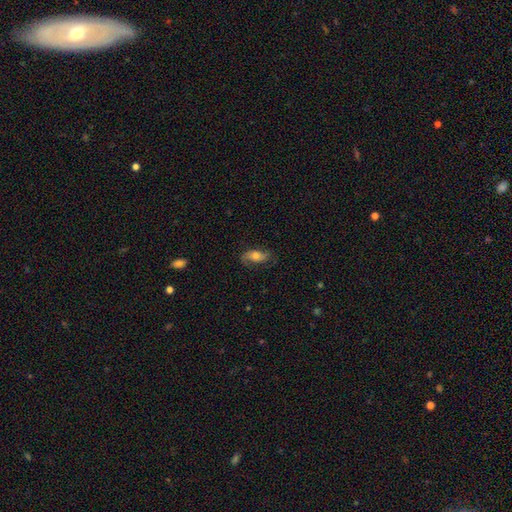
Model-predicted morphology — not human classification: Q: Smooth or featured?
A: featured or disk (48%); runner-up: smooth (44%)
Q: Merging?
A: none (72%); runner-up: minor disturbance (19%)